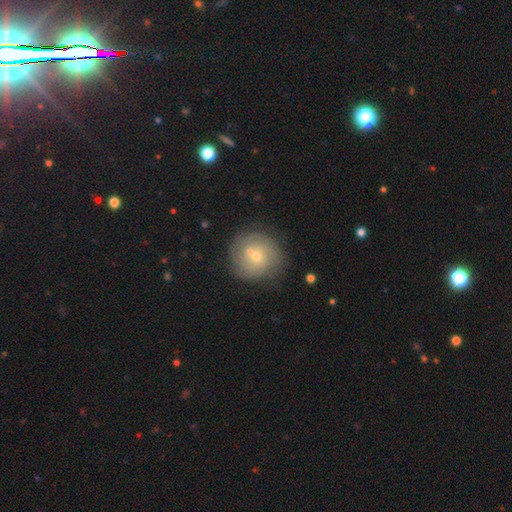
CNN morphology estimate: Smooth or featured?
  - featured or disk: 47% *
  - smooth: 44%
  - star or artifact: 9%
Merging?
  - none: 58% *
  - merger: 23%
  - minor disturbance: 14%
  - major disturbance: 5%